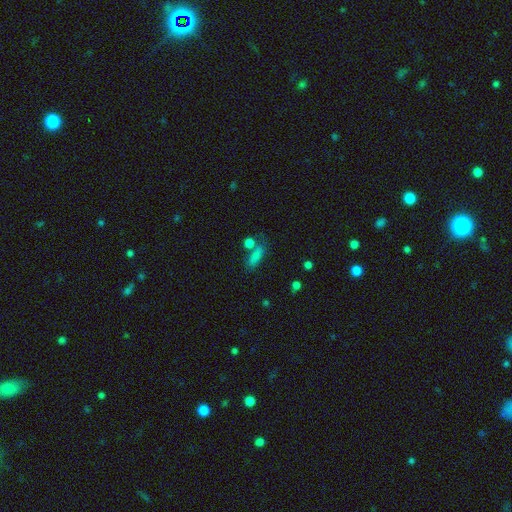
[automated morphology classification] This is likely a smooth galaxy (77%). How rounded: possibly in between (55%). Merging: possibly none (55%).